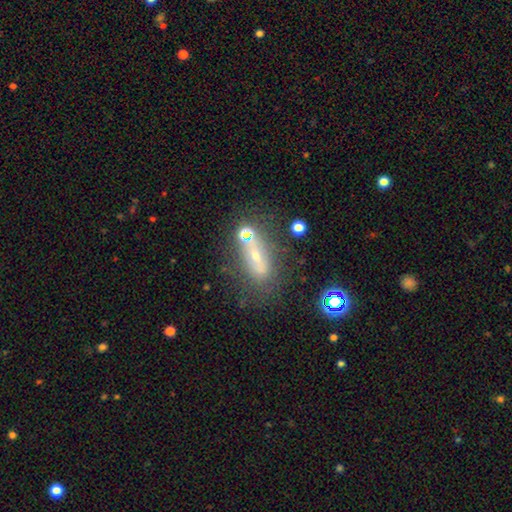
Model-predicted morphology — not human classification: The model was most divided on "smooth or featured": featured or disk: 51%, smooth: 35%, star or artifact: 14%. More confident: edge-on disk — no (64%); merging — none (55%).